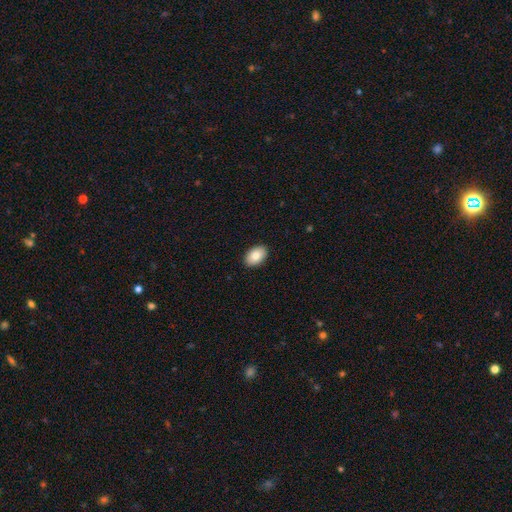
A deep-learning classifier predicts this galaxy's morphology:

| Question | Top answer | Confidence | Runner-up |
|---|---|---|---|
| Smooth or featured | smooth | 85% | featured or disk (8%) |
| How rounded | in between | 89% | round (10%) |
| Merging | none | 91% | minor disturbance (7%) |